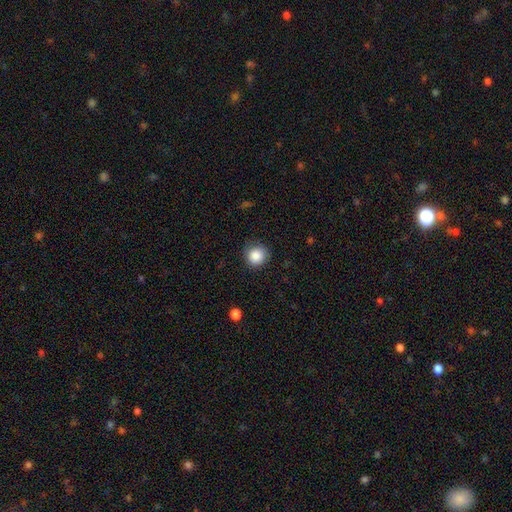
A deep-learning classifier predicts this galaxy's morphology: This appears to be a smooth galaxy with no disk features (86%) that is round (92%). Merging: none (85%).